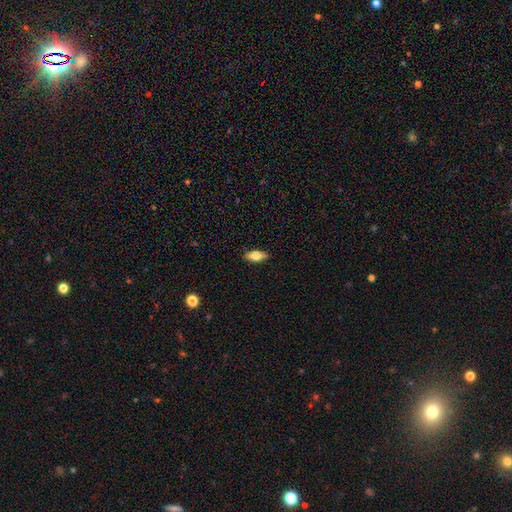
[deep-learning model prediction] Overall: smooth (70%). How rounded: in between (74%). Merging: none (88%).